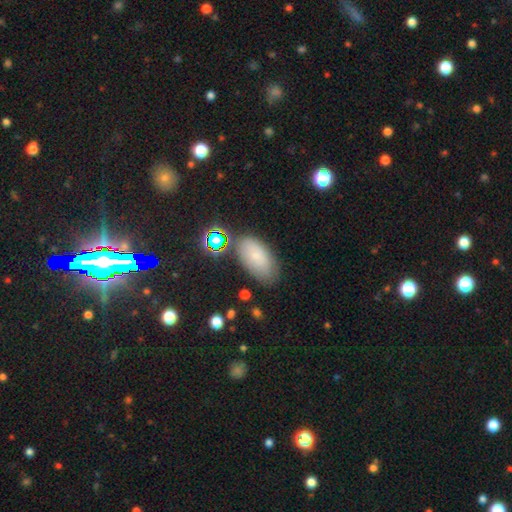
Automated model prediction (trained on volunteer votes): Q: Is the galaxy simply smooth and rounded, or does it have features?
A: smooth — 70%.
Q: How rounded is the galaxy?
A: in between — 93%.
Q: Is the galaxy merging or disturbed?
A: none — 70%.